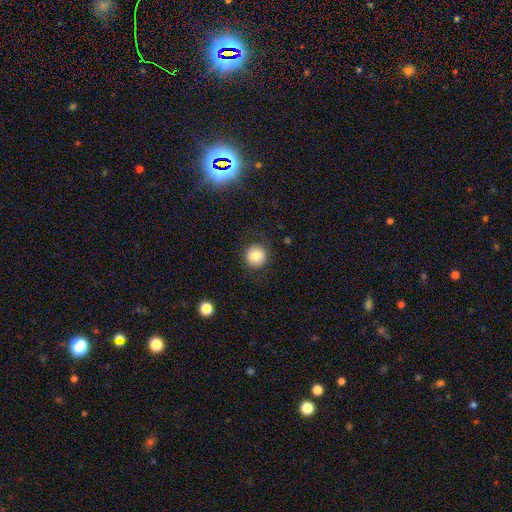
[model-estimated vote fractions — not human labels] A smooth galaxy with no disk features (82%) that is round (94%). Merging: none (88%).